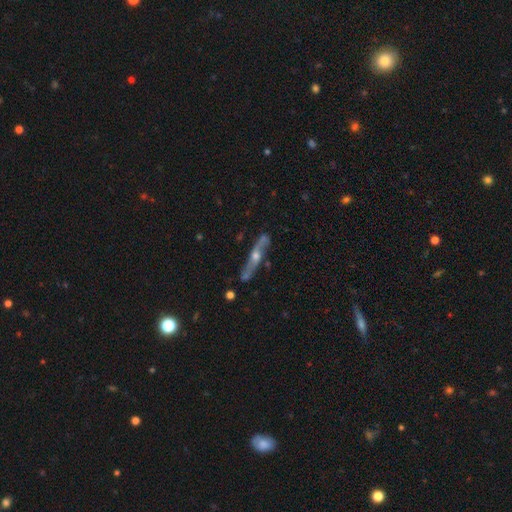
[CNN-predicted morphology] The model was most divided on "smooth or featured": featured or disk: 74%, smooth: 19%, star or artifact: 6%. More confident: edge-on bulge — rounded (87%); edge-on disk — yes (82%); merging — none (78%).